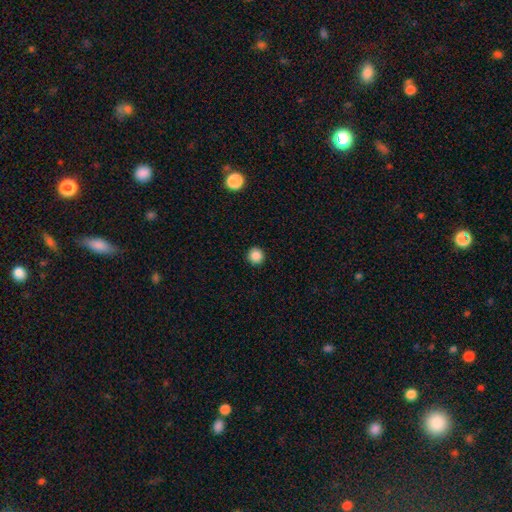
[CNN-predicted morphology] Smooth or featured? Predicted: smooth (p=0.87). How rounded? Predicted: round (p=0.95). Merging? Predicted: none (p=0.93).